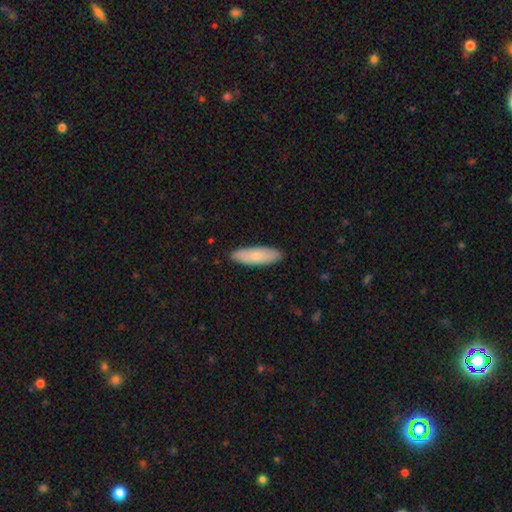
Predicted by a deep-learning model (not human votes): This appears to be a smooth galaxy with no disk features (75%) that is in between round and cigar-shaped (49%, tied with cigar-shaped). Merging: none (89%).